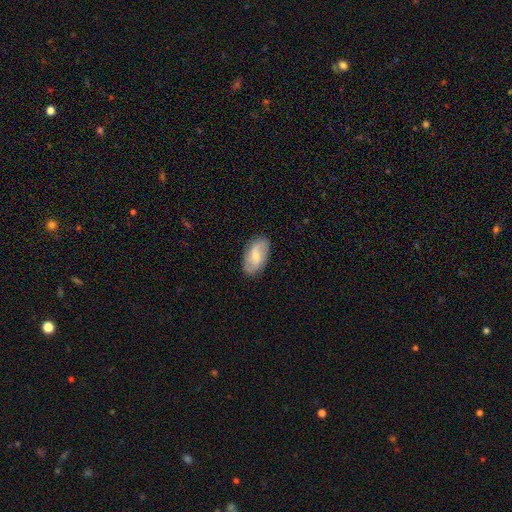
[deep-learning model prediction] smooth-or-featured: featured or disk: 49% | smooth: 45% | star or artifact: 6%
  merging: none: 83% | minor disturbance: 13% | major disturbance: 3% | merger: 1%